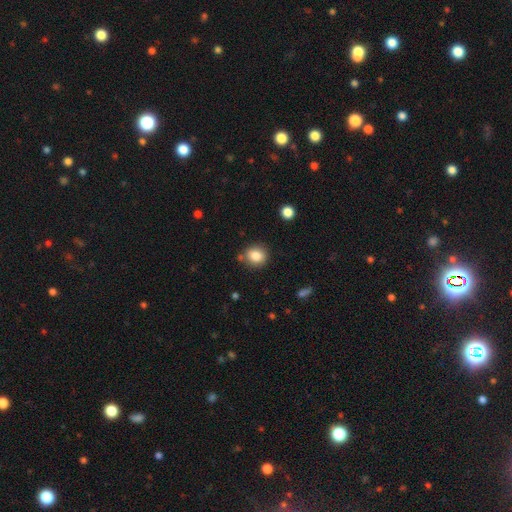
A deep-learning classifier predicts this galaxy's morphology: A smooth galaxy with no disk features (84%) that is round (77%). Merging: none (79%).